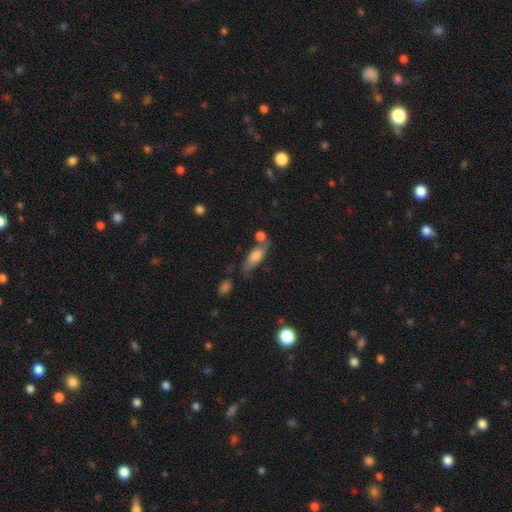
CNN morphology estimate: Smooth or featured? Predicted: smooth (p=0.66). How rounded? Predicted: in between (p=0.66). Merging? Predicted: none (p=0.49).